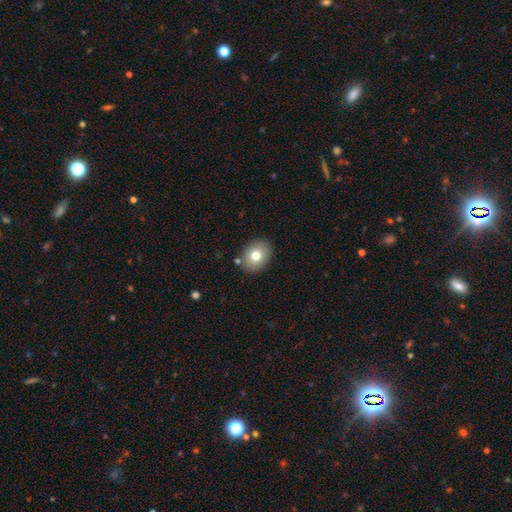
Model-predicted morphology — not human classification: Overall: smooth (77%). How rounded: in between (57%; round 42%). Merging: none (85%).